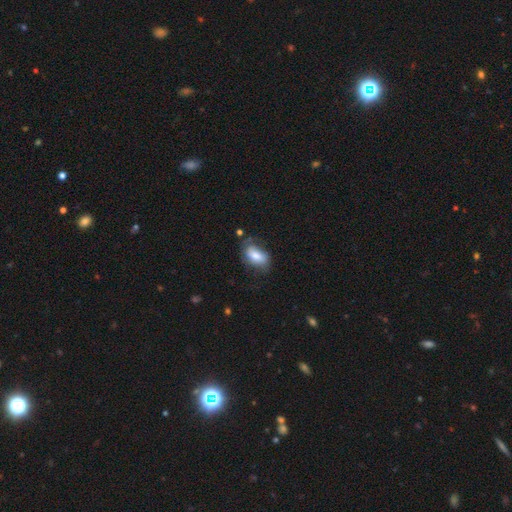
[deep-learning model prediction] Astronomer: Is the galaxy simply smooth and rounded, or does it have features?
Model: smooth — 71%.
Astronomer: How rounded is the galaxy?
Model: in between — 91%.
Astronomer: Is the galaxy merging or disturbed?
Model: none — 54% (runner-up: minor disturbance, 29%).